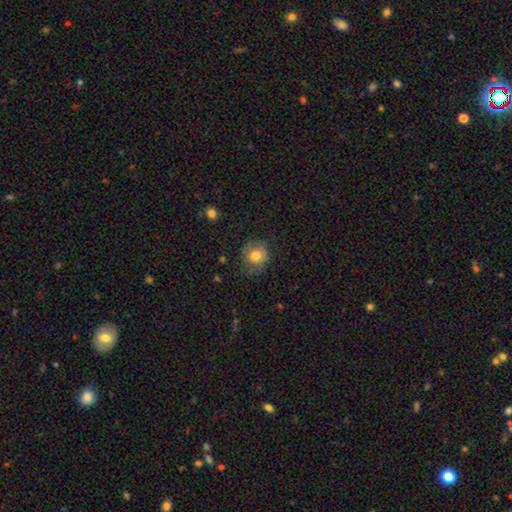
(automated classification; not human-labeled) Smooth or featured: smooth — 76% (featured or disk — 15%)
How rounded: round — 82% (in between — 17%)
Merging: none — 69% (minor disturbance — 21%)